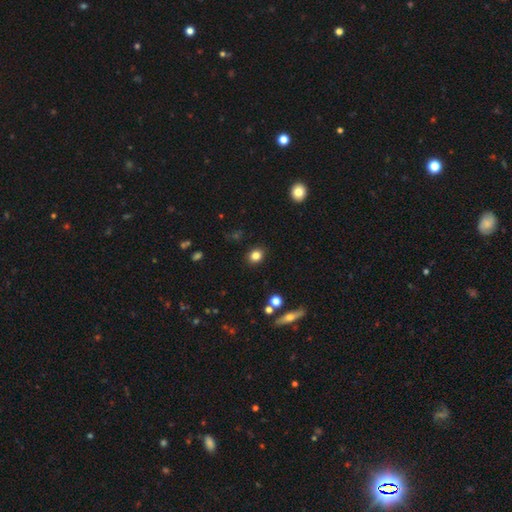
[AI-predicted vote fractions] Overall: smooth (82%). How rounded: round (64%; in between 35%). Merging: none (89%).